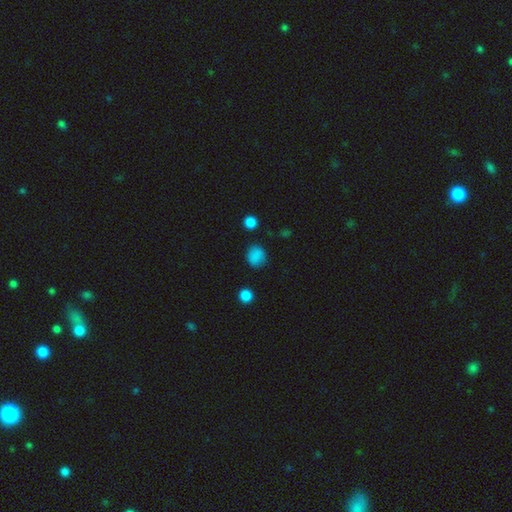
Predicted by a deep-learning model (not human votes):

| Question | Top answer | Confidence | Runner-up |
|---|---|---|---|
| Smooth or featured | smooth | 83% | star or artifact (13%) |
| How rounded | round | 71% | in between (27%) |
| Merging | none | 80% | minor disturbance (14%) |